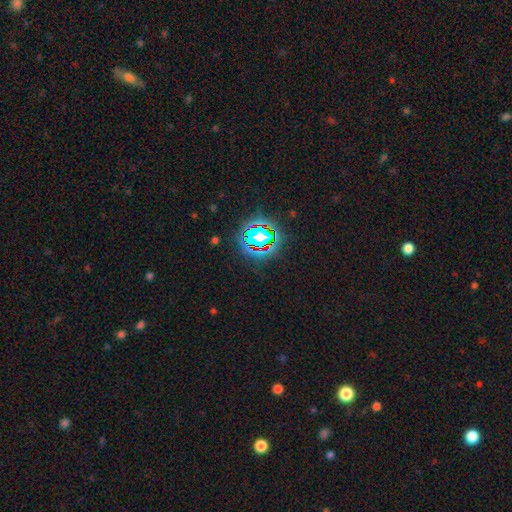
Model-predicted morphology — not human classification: Smooth or featured: star or artifact — 81% (smooth — 11%)